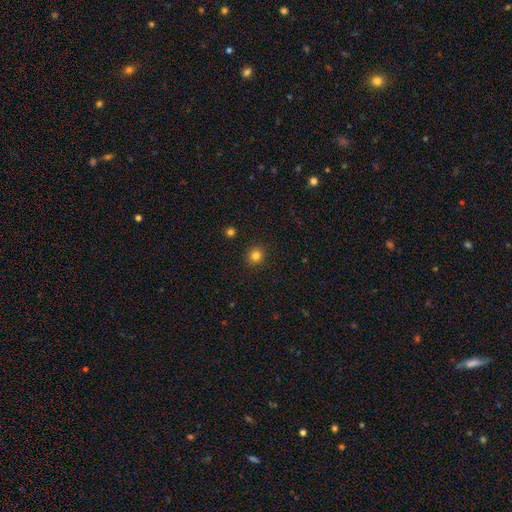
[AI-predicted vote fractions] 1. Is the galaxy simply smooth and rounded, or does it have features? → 82% smooth, 13% star or artifact, 5% featured or disk.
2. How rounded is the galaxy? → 92% round, 7% in between, 1% cigar-shaped.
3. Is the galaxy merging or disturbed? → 91% none, 5% minor disturbance, 2% major disturbance, 1% merger.